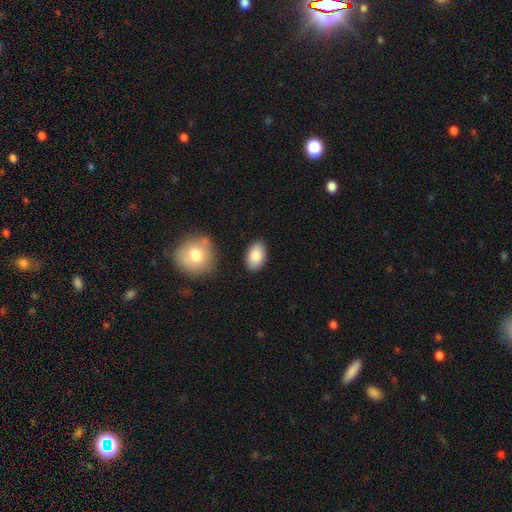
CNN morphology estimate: Smooth or featured: smooth — 86% (featured or disk — 7%)
How rounded: in between — 93% (round — 6%)
Merging: none — 86% (minor disturbance — 10%)